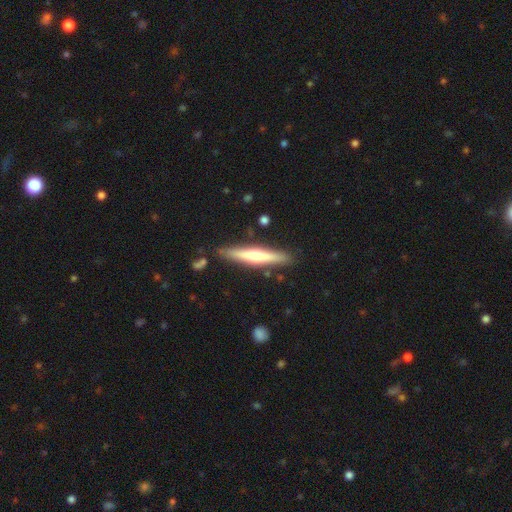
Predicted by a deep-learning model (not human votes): A featured or disk galaxy (47%, tied with smooth). Merging: none (85%).